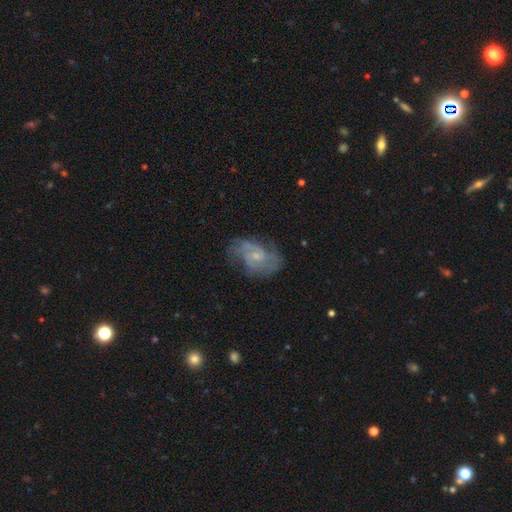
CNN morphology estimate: This is likely a featured or disk galaxy (79%). It is clearly not viewed edge-on (97%). Bar: possibly no (58%). Spiral arm pattern: clearly yes (92%). Spiral arm count: possibly 2 (56%). Spiral winding: possibly medium (49%). Central bulge: likely small (71%). Merging: likely none (61%).